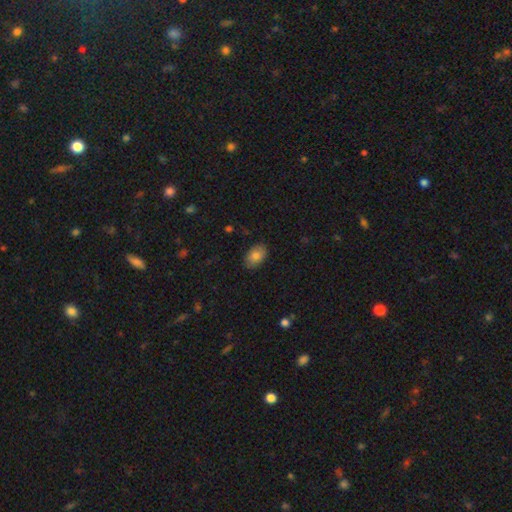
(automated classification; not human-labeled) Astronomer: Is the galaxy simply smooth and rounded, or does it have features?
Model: smooth — 84%.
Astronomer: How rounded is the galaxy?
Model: in between — 90%.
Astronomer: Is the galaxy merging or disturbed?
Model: none — 86%.